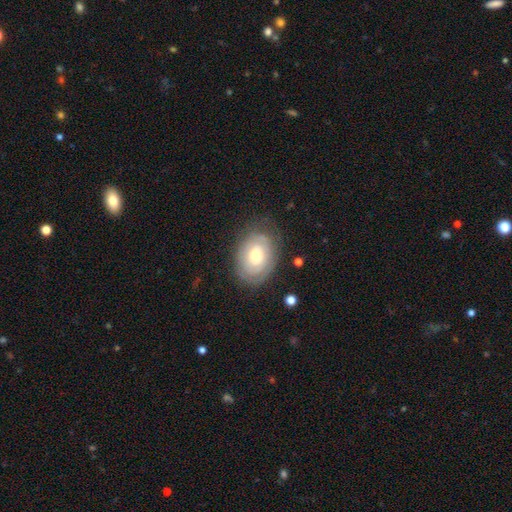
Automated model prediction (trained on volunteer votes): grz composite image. It shows a featured or disk galaxy (56%) with no bar (82%), spiral arms (62%) and a moderate central bulge (59%). Merging: none (73%).